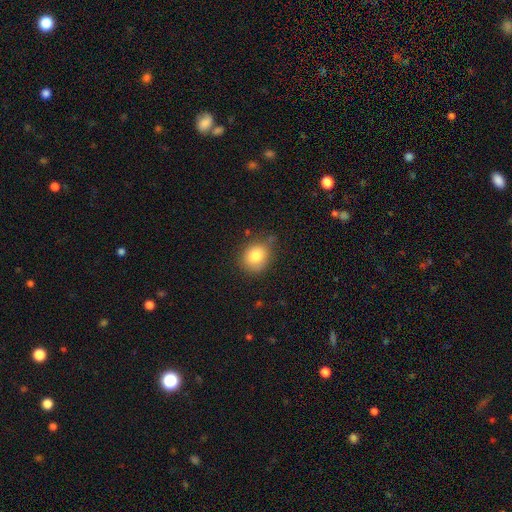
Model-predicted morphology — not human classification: smooth 82%, star or artifact 10%, featured or disk 9%. Down the decision tree: how rounded — round (68%); merging — none (71%).